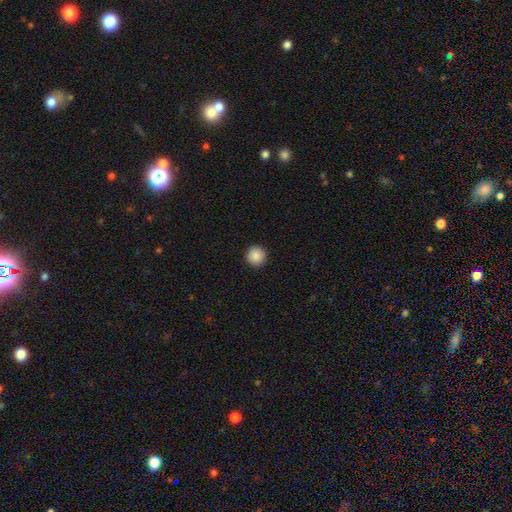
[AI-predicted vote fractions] smooth 89%, star or artifact 8%, featured or disk 3%. Down the decision tree: how rounded — round (95%); merging — none (93%).